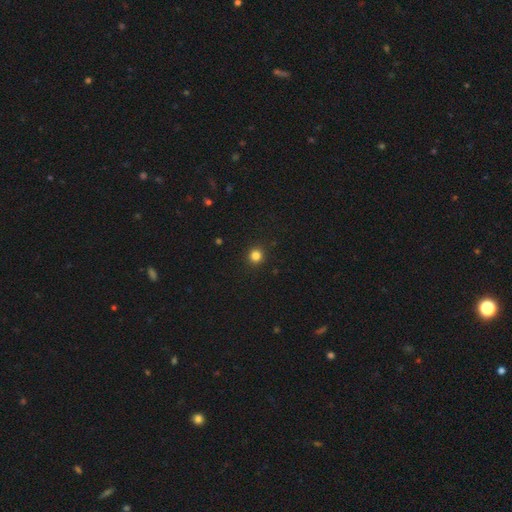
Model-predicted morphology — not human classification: Smooth or featured? Predicted: smooth (p=0.83). How rounded? Predicted: round (p=0.94). Merging? Predicted: none (p=0.93).